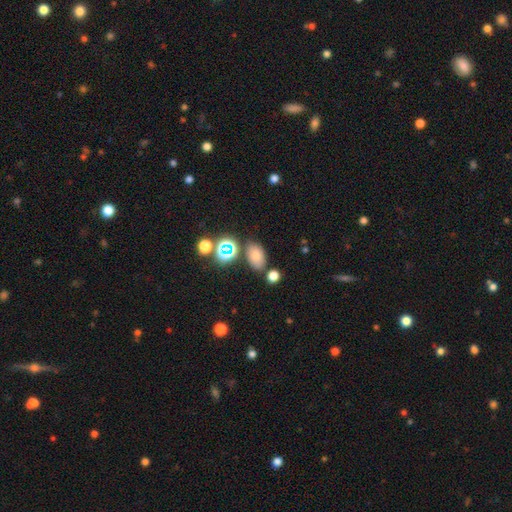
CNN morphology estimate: Smooth or featured: smooth — 73% (star or artifact — 17%)
How rounded: in between — 86% (round — 12%)
Merging: none — 75% (minor disturbance — 13%)